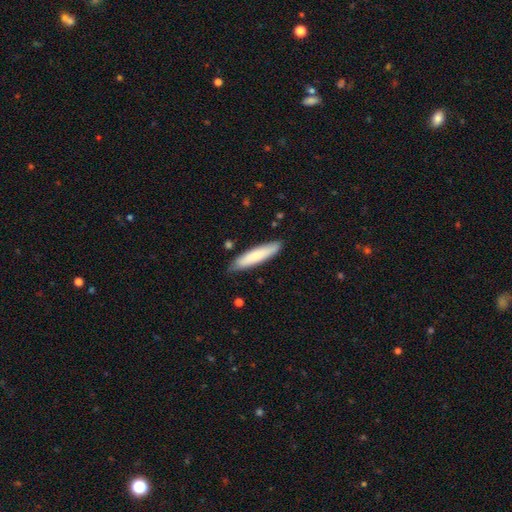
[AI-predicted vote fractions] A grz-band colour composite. It shows a smooth galaxy with no disk features (77%) that is cigar-shaped (80%). Merging: none (82%).